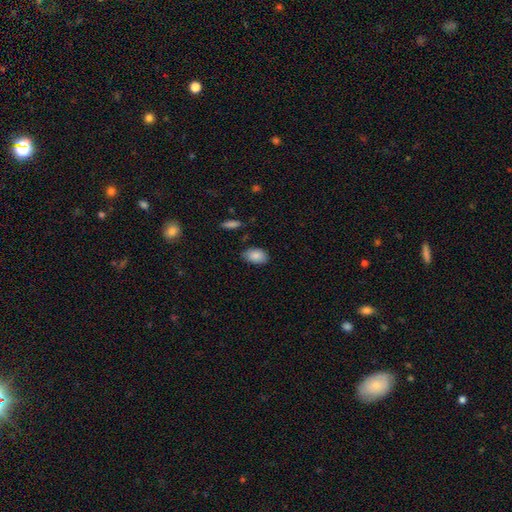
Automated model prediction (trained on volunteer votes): A smooth galaxy with no disk features (87%) that is in between round and cigar-shaped (91%). Merging: none (78%).